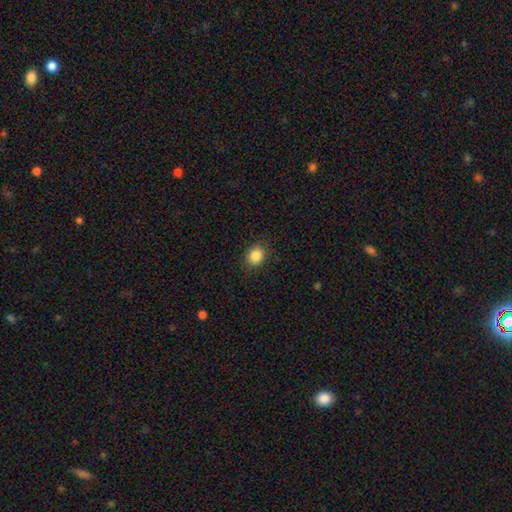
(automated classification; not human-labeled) Q: Smooth or featured?
A: smooth (86%); runner-up: star or artifact (9%)
Q: How rounded?
A: in between (50%); runner-up: round (49%)
Q: Merging?
A: none (87%); runner-up: minor disturbance (9%)